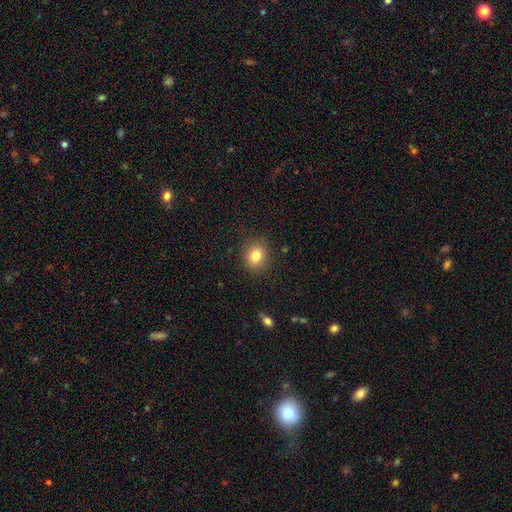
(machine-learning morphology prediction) This appears to be a smooth galaxy with no disk features (81%) that is round (63%). Merging: none (88%).